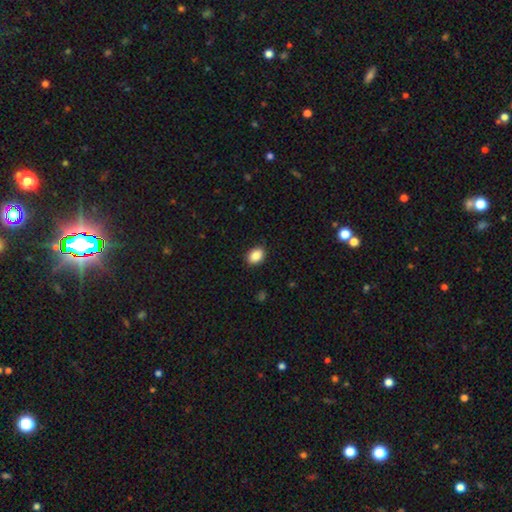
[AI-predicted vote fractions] Smooth or featured: smooth — 89% (star or artifact — 8%)
How rounded: in between — 73% (round — 26%)
Merging: none — 88% (minor disturbance — 9%)